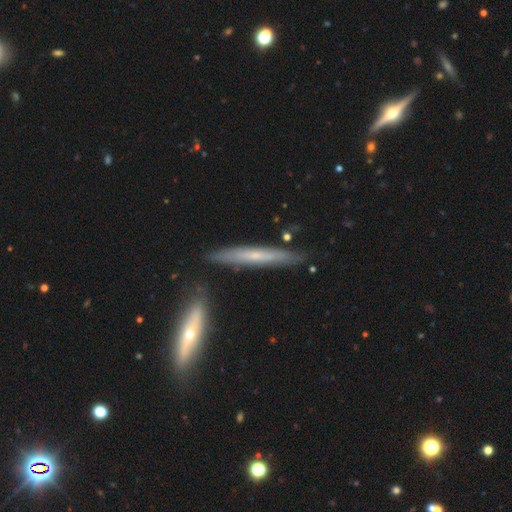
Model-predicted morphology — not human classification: type=featured or disk (52%); edge-on=yes (90%); merging=none (82%).